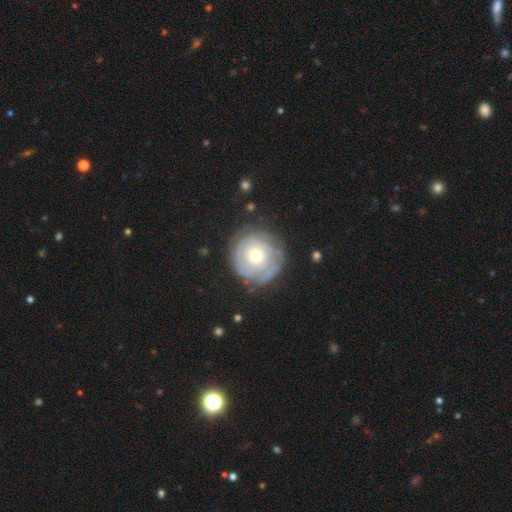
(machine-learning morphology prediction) type=featured or disk (67%); edge-on=no (97%); bar=no (86%); spiral arms=yes (68%); bulge=moderate (71%); merging=none (74%).